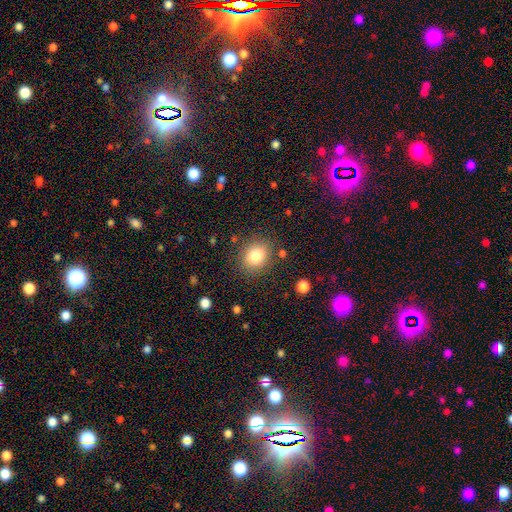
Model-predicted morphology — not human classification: smooth-or-featured: smooth: 81% | star or artifact: 10% | featured or disk: 8%
  how-rounded: round: 66% | in between: 33% | cigar-shaped: 1%
  merging: none: 83% | minor disturbance: 11% | major disturbance: 4% | merger: 3%